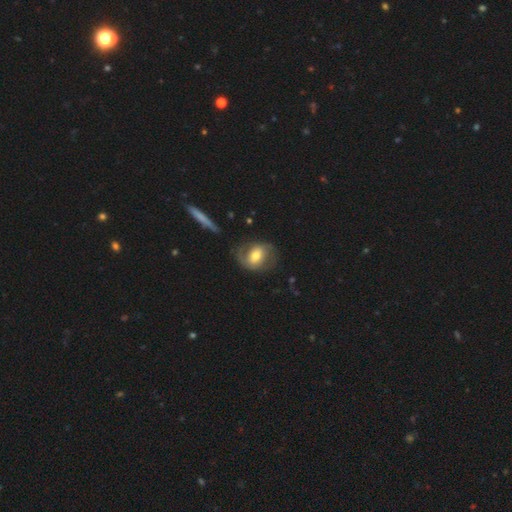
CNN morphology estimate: The model was most divided on "bar": weak: 40%, no: 32%, strong: 28%. More confident: edge-on disk — no (95%); spiral arms — yes (78%); bulge size — moderate (68%); merging — none (64%); smooth or featured — featured or disk (60%).